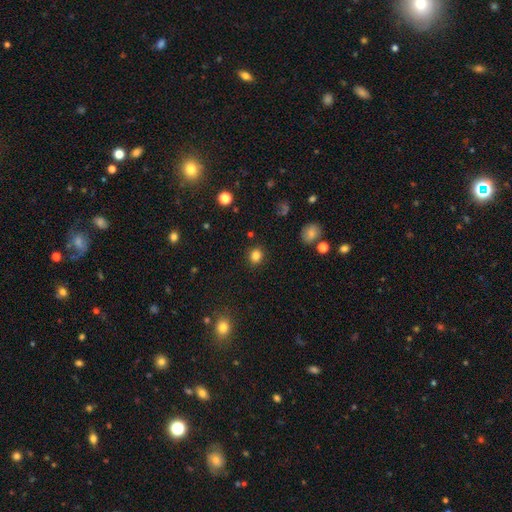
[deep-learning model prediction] A smooth galaxy with no disk features (84%) that is round (77%). Merging: none (89%).